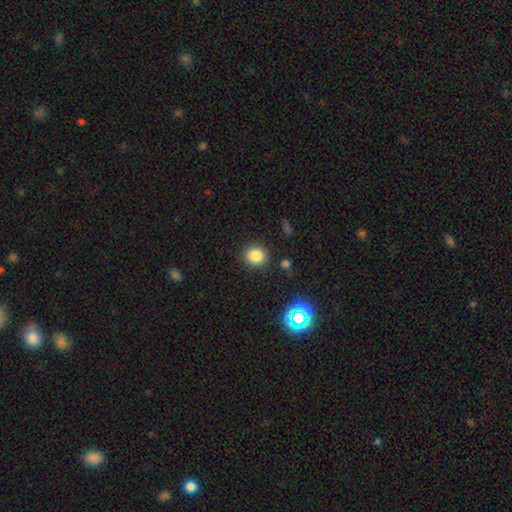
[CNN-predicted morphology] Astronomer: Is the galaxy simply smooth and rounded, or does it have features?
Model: smooth — 82%.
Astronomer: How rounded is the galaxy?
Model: round — 82%.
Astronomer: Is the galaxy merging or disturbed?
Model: none — 88%.